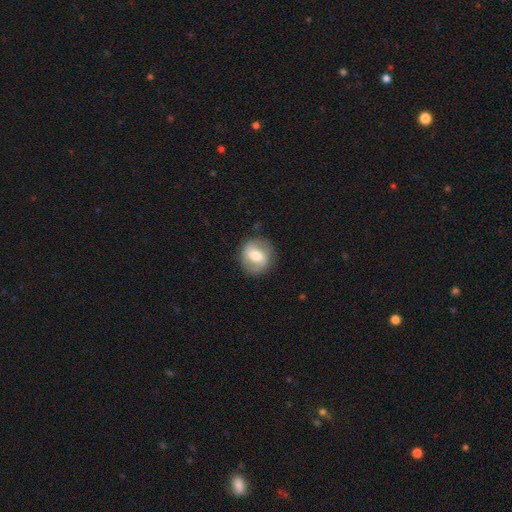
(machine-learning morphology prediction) Q: Smooth or featured?
A: featured or disk (50%); runner-up: smooth (43%)
Q: Merging?
A: none (83%); runner-up: minor disturbance (12%)